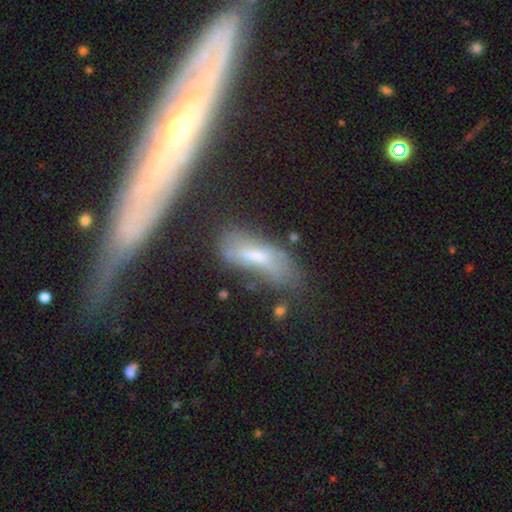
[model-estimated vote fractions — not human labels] Smooth or featured? smooth (50%)
How rounded? in between (54%)
Merging? none (43%)